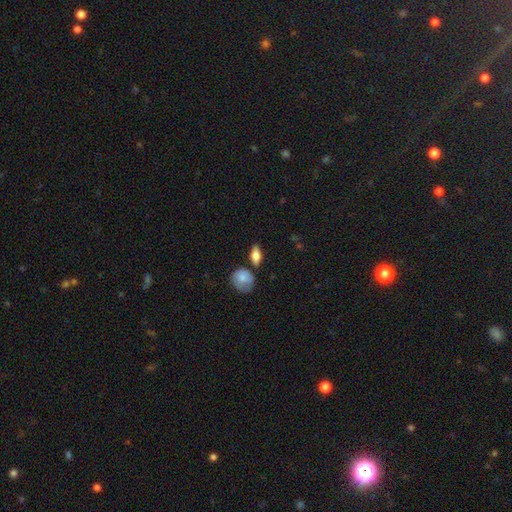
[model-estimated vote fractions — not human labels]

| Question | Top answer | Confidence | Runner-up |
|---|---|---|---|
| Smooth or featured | smooth | 71% | featured or disk (22%) |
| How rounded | in between | 73% | cigar-shaped (15%) |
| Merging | none | 72% | minor disturbance (15%) |